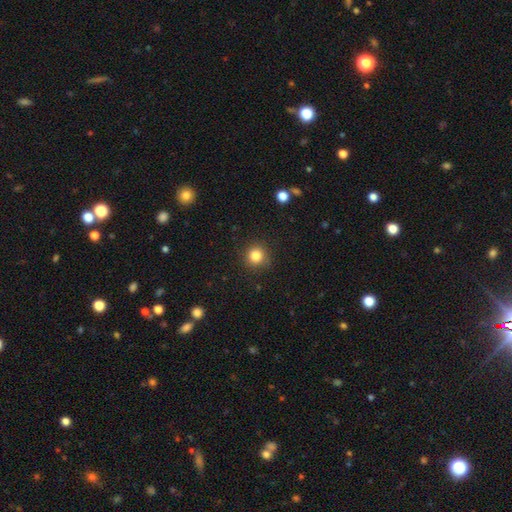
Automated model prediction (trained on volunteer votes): smooth 83%, star or artifact 11%, featured or disk 5%. Down the decision tree: how rounded — round (93%); merging — none (89%).